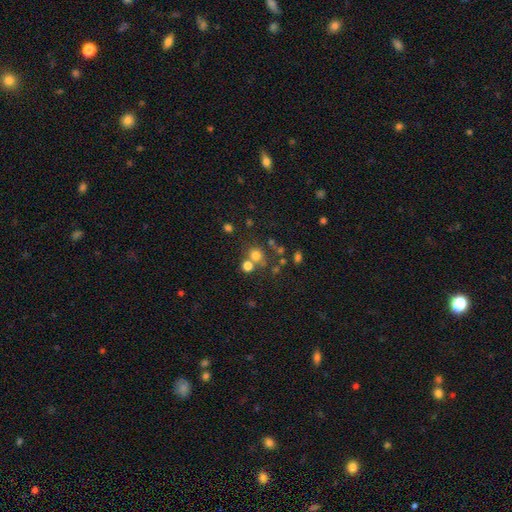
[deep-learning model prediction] This is likely a smooth galaxy (69%). How rounded: clearly round (87%). Merging: possibly none (56%).